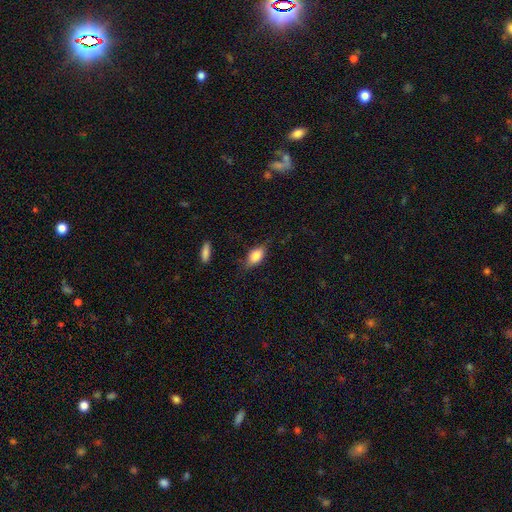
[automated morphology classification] Q: Smooth or featured?
A: smooth (75%); runner-up: featured or disk (18%)
Q: How rounded?
A: in between (85%); runner-up: cigar-shaped (9%)
Q: Merging?
A: none (71%); runner-up: minor disturbance (22%)